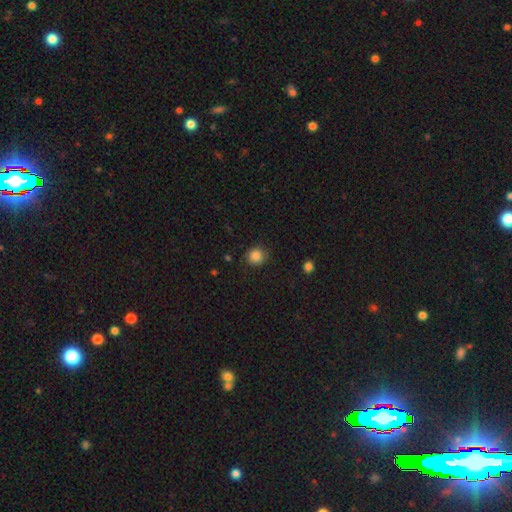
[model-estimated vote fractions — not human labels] Morphology: type=smooth (86%); roundness=round (87%); merging=none (84%).